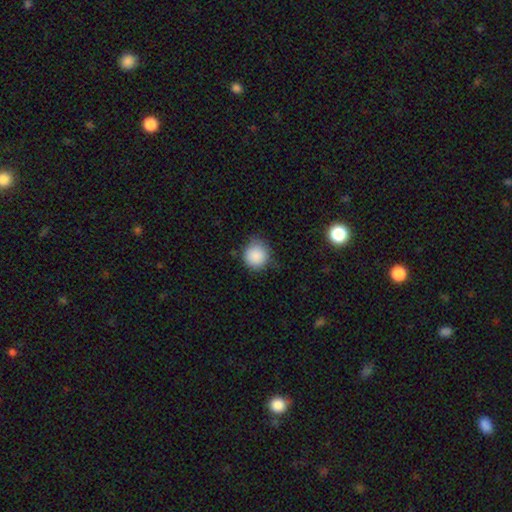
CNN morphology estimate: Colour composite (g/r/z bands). It shows a smooth galaxy with no disk features (88%) that is round (89%). Merging: none (73%).